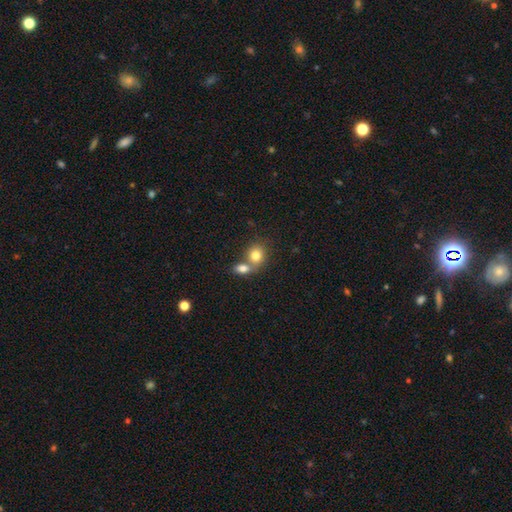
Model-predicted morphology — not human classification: The model was most divided on "merging": merger: 54%, none: 35%, minor disturbance: 7%, major disturbance: 3%. More confident: smooth or featured — smooth (80%); how rounded — round (63%).